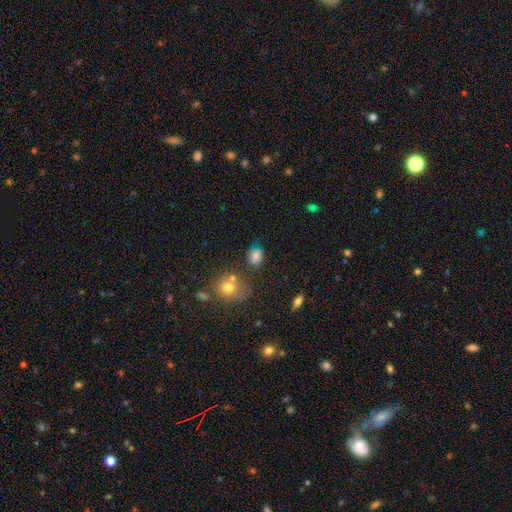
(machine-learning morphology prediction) This is likely a smooth galaxy (78%). How rounded: likely in between (61%). Merging: likely none (62%).